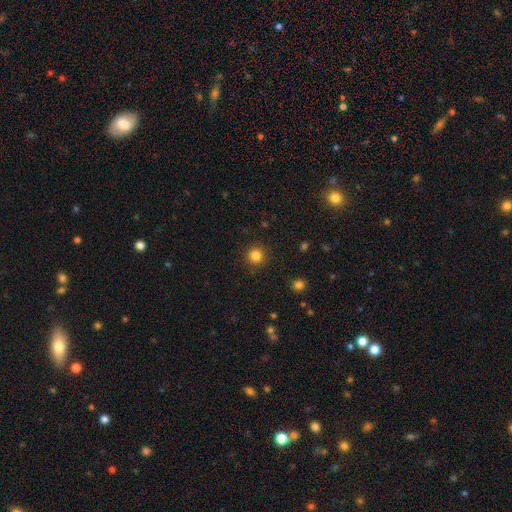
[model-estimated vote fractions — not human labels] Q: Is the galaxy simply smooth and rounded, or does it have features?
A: smooth — 83%.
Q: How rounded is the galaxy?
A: round — 95%.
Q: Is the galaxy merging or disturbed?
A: none — 91%.